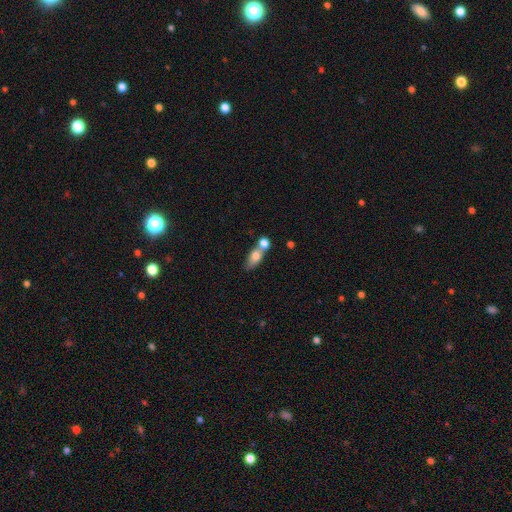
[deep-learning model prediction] smooth 72%, featured or disk 19%, star or artifact 8%. Down the decision tree: how rounded — in between (69%); merging — merger (53%).